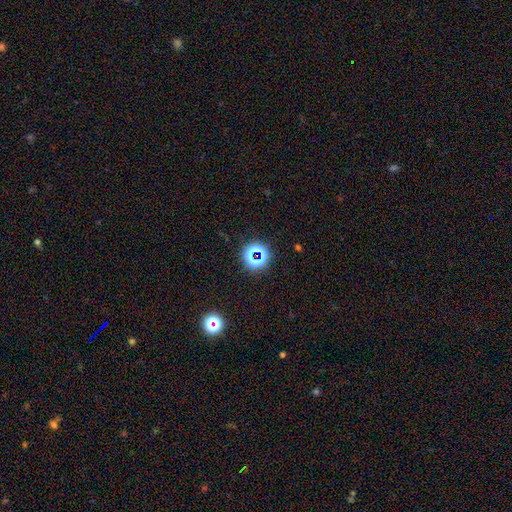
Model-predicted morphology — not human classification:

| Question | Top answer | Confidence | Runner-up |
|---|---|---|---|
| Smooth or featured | star or artifact | 64% | smooth (26%) |